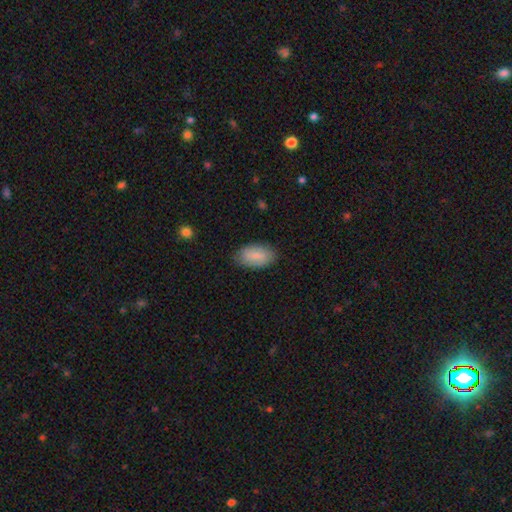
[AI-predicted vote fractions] A smooth galaxy with no disk features (84%) that is in between round and cigar-shaped (94%). Merging: none (83%).